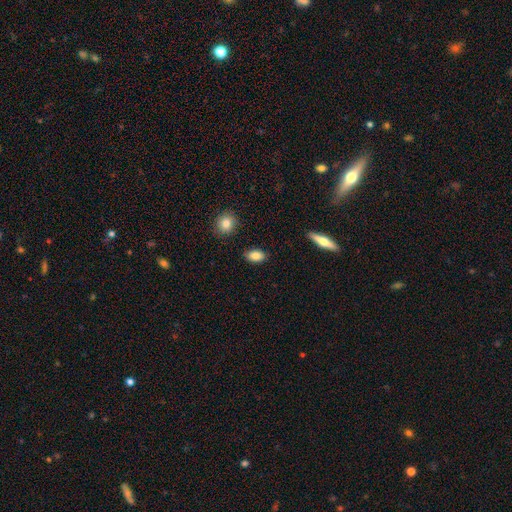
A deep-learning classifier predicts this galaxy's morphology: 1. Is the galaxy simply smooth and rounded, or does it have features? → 86% smooth, 7% star or artifact, 7% featured or disk.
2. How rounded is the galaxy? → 88% in between, 9% round, 3% cigar-shaped.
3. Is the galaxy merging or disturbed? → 88% none, 8% minor disturbance, 2% major disturbance, 2% merger.